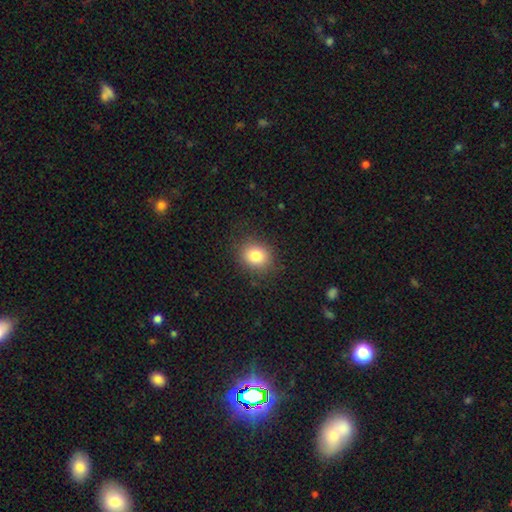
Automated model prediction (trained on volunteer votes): A smooth galaxy with no disk features (82%) that is round (67%).

Vote fractions:
- Smooth or featured? smooth: 82% / star or artifact: 11% / featured or disk: 7%
- How rounded? round: 67% / in between: 32% / cigar-shaped: 1%
- Merging? none: 86% / minor disturbance: 10% / major disturbance: 3% / merger: 1%